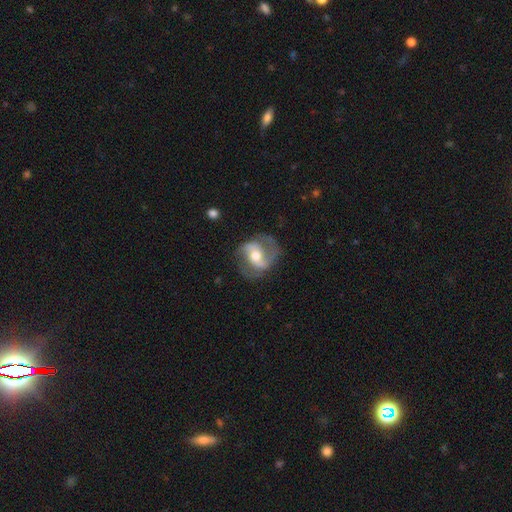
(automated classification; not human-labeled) Morphology: type=featured or disk (84%); edge-on=no (97%); bar=weak (43%); spiral arms=yes (95%); winding=medium (50%); arm count=2 (87%); bulge=moderate (70%); merging=none (70%).